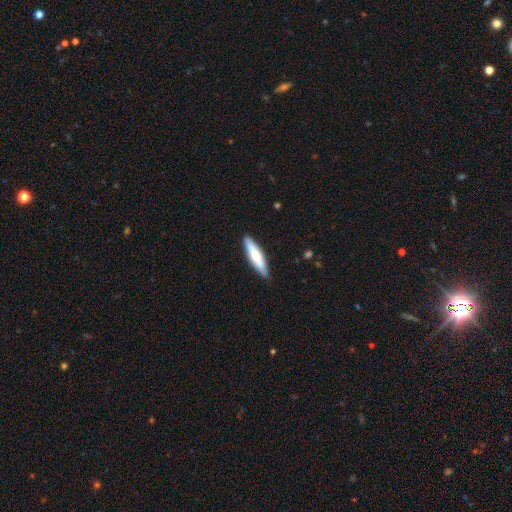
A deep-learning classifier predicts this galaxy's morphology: Smooth or featured? Predicted: smooth (p=0.59). How rounded? Predicted: cigar-shaped (p=0.78). Merging? Predicted: none (p=0.87).